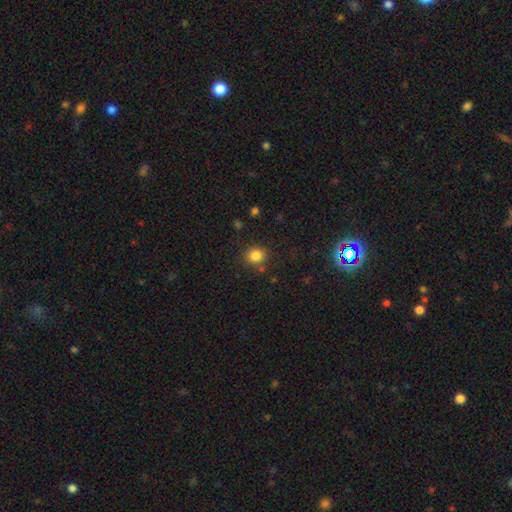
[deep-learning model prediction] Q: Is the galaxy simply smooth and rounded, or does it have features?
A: smooth — 83%.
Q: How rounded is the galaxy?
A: round — 82%.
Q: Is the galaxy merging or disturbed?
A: none — 83%.